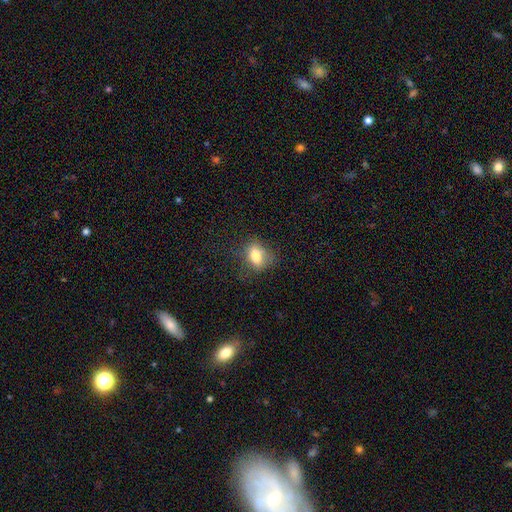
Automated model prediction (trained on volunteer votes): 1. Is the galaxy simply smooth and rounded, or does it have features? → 77% smooth, 12% featured or disk, 11% star or artifact.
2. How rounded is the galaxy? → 72% in between, 26% round, 3% cigar-shaped.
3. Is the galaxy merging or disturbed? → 65% none, 23% minor disturbance, 10% major disturbance, 2% merger.